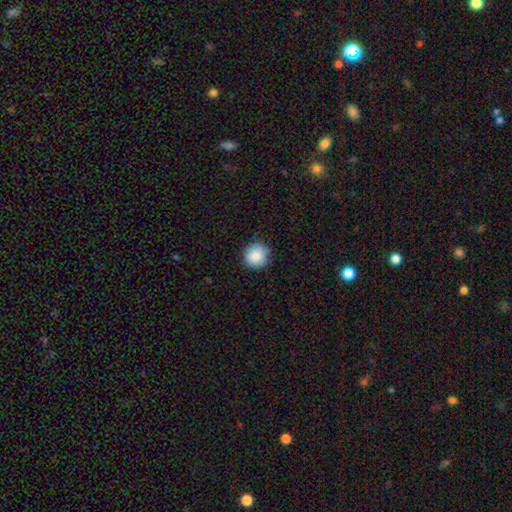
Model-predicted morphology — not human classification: A smooth galaxy with no disk features (88%) that is round (94%). Merging: none (85%).